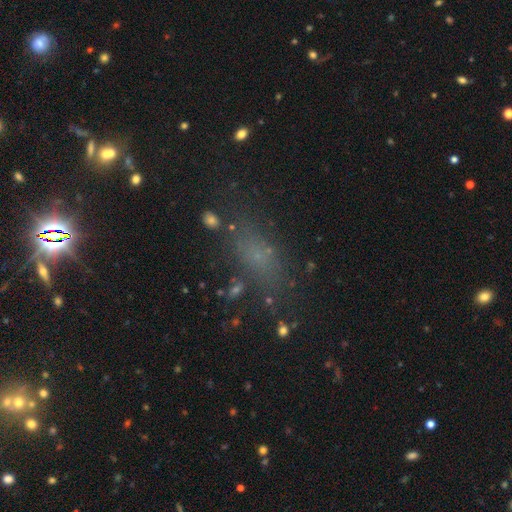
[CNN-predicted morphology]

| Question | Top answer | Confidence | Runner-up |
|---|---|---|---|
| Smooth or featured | smooth | 44% | star or artifact (38%) |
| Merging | none | 64% | minor disturbance (18%) |